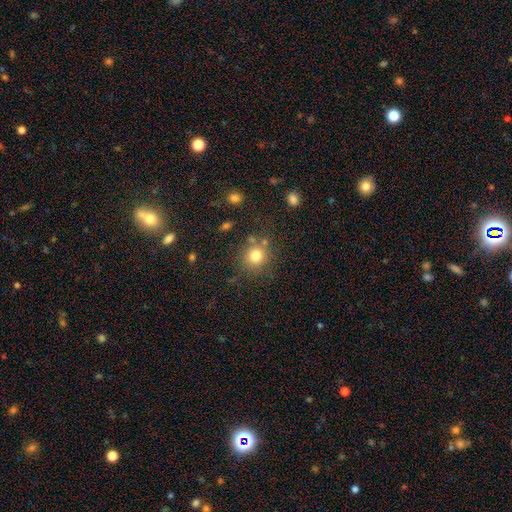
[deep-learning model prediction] Smooth or featured: smooth — 78% (star or artifact — 13%)
How rounded: round — 88% (in between — 11%)
Merging: none — 75% (minor disturbance — 11%)